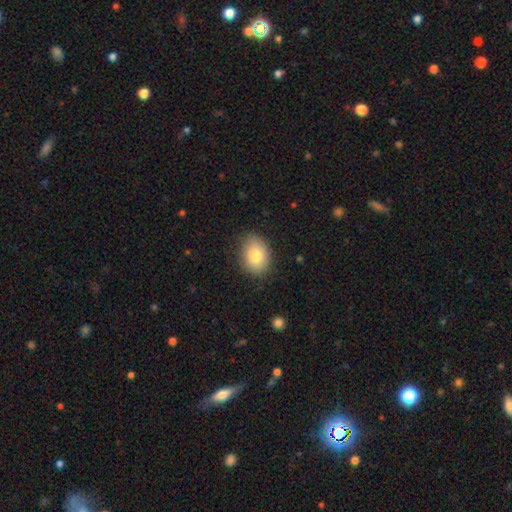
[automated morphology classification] This is clearly a smooth galaxy (80%). How rounded: likely in between (68%). Merging: clearly none (82%).